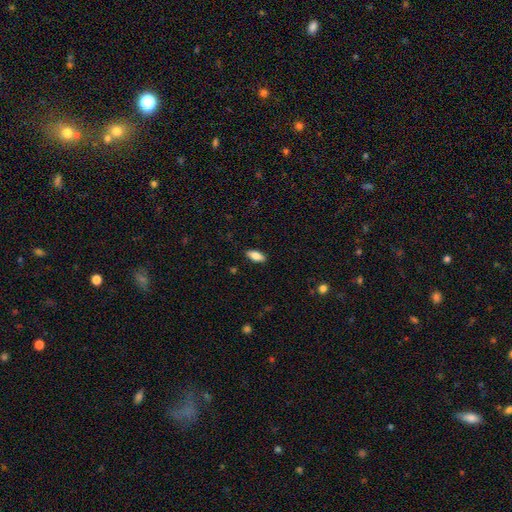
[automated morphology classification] Q: Smooth or featured?
A: smooth (83%); runner-up: featured or disk (10%)
Q: How rounded?
A: in between (85%); runner-up: cigar-shaped (13%)
Q: Merging?
A: none (88%); runner-up: minor disturbance (9%)